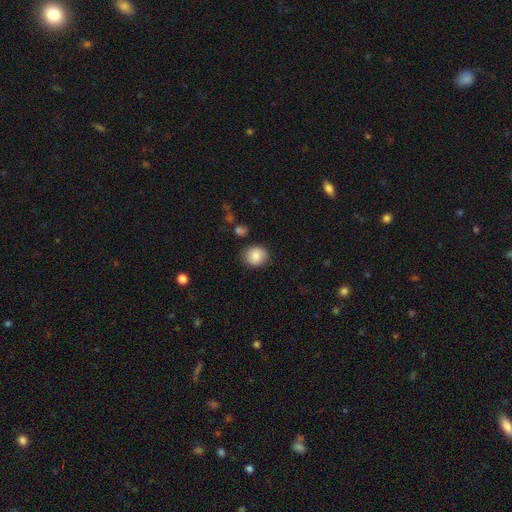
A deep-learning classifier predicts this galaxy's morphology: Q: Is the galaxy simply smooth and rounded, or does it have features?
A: smooth — 84%.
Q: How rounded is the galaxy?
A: round — 78%.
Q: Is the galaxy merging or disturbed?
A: none — 85%.